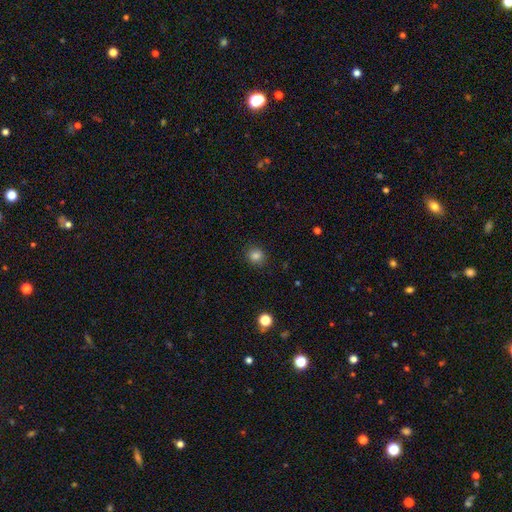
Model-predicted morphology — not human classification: Q: Smooth or featured?
A: smooth (83%); runner-up: star or artifact (12%)
Q: How rounded?
A: round (84%); runner-up: in between (15%)
Q: Merging?
A: none (89%); runner-up: minor disturbance (7%)